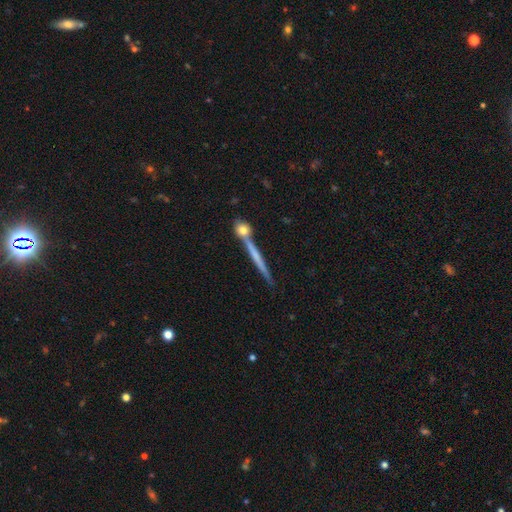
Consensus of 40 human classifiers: Smooth or featured?
  - featured or disk: 52% *
  - smooth: 45%
  - star or artifact: 2%
Edge-on disk?
  - yes: 100% *
  - no: 0%
Edge-on bulge?
  - none: 67% *
  - rounded: 33%
  - boxy: 0%
Merging?
  - none: 64% *
  - merger: 28%
  - major disturbance: 5%
  - minor disturbance: 3%